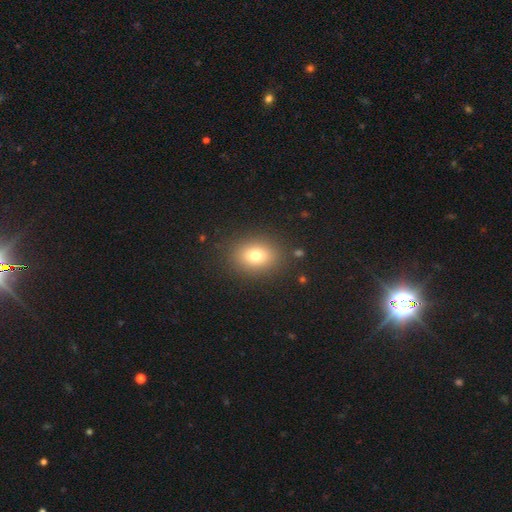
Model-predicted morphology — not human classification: smooth 77%, star or artifact 13%, featured or disk 11%. Down the decision tree: how rounded — in between (57%); merging — none (87%).